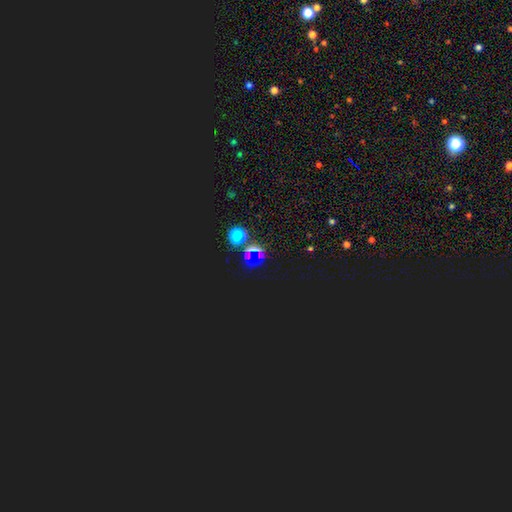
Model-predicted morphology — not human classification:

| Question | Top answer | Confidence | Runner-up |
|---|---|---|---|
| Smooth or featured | star or artifact | 81% | smooth (13%) |